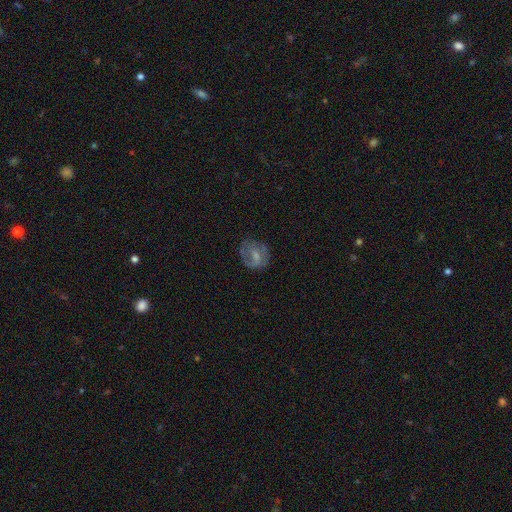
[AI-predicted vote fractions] Overall: featured or disk (48%; smooth 43%). Merging: none (58%; minor disturbance 23%).